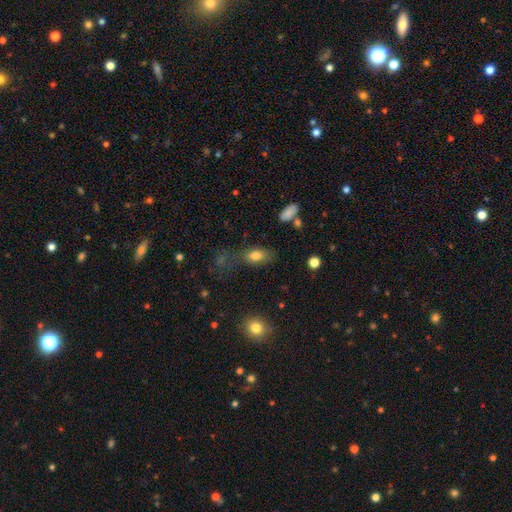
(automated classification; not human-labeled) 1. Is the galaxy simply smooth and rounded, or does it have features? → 78% smooth, 12% featured or disk, 10% star or artifact.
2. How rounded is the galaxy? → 86% in between, 9% round, 5% cigar-shaped.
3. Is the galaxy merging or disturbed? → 66% none, 20% minor disturbance, 9% major disturbance, 5% merger.